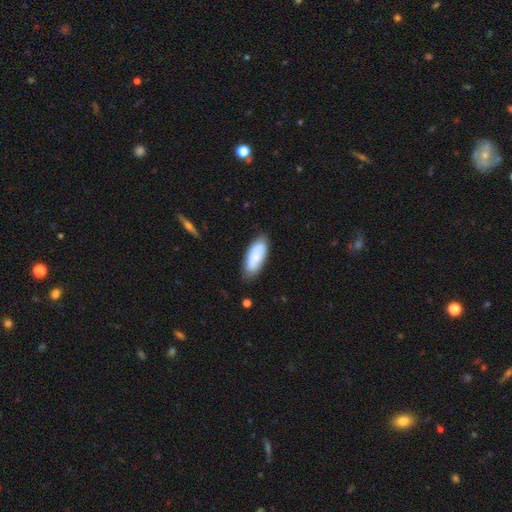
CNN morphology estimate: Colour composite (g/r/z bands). It shows a smooth galaxy with no disk features (77%) that is in between round and cigar-shaped (82%). Merging: none (75%).